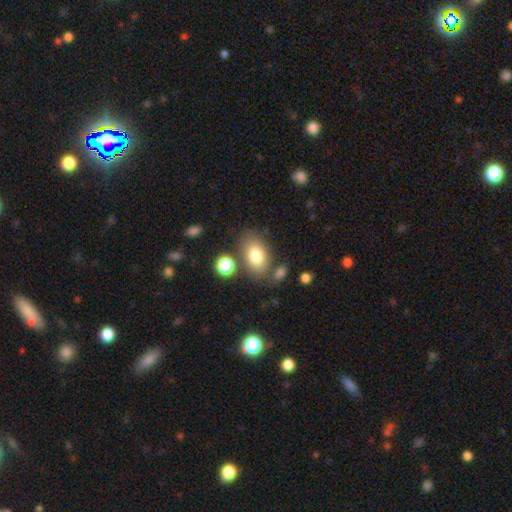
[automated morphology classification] smooth 79%, featured or disk 12%, star or artifact 9%. Down the decision tree: how rounded — in between (88%); merging — none (71%).